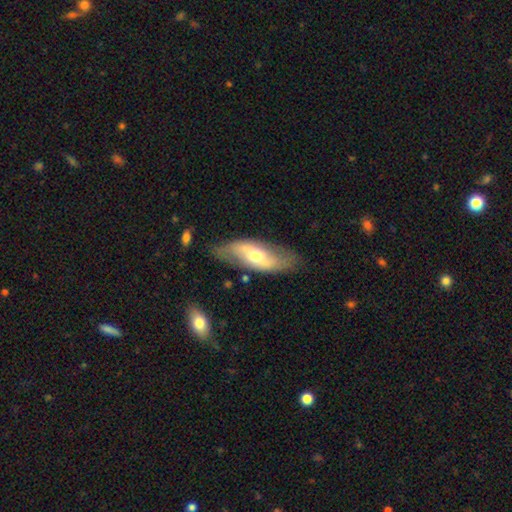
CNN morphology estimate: A featured or disk galaxy (58%). Merging: none (70%).